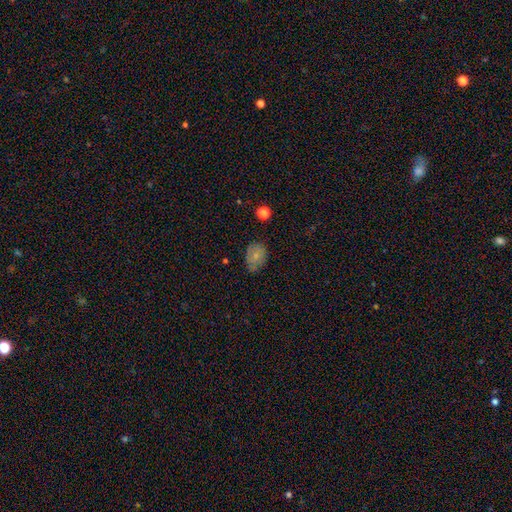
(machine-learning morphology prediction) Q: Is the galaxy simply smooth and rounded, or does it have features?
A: smooth — 69%.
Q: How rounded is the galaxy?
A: in between — 68%.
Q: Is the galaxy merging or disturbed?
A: none — 65%.